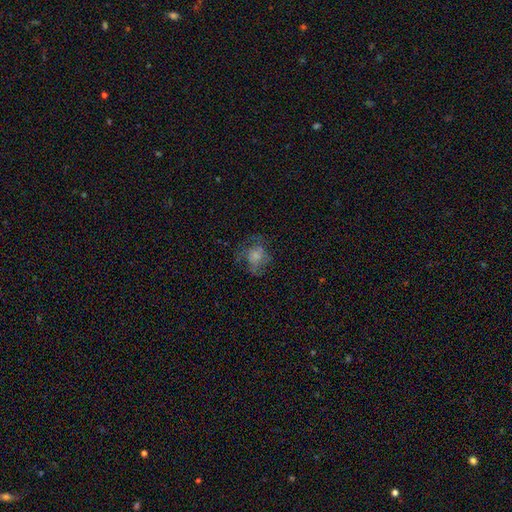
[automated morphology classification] Q: Smooth or featured?
A: smooth (53%); runner-up: featured or disk (34%)
Q: How rounded?
A: round (68%); runner-up: in between (31%)
Q: Merging?
A: none (51%); runner-up: major disturbance (26%)